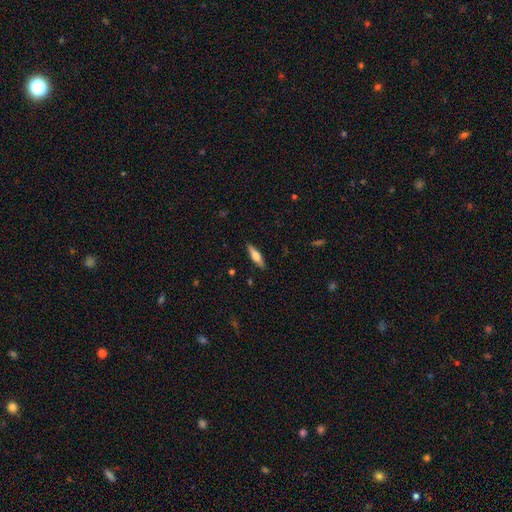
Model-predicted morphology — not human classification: This appears to be a smooth galaxy with no disk features (55%) that is cigar-shaped (62%). Merging: none (88%).